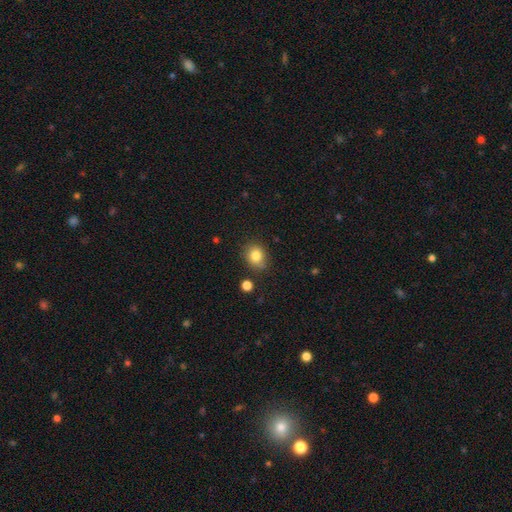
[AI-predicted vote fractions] Morphology: type=smooth (82%); roundness=round (66%); merging=none (75%).